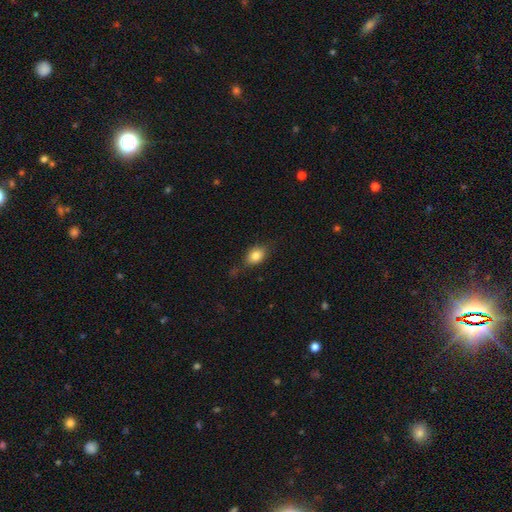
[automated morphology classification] The model was most divided on "merging": none: 72%, minor disturbance: 20%, major disturbance: 5%, merger: 3%. More confident: smooth or featured — smooth (82%); how rounded — in between (78%).